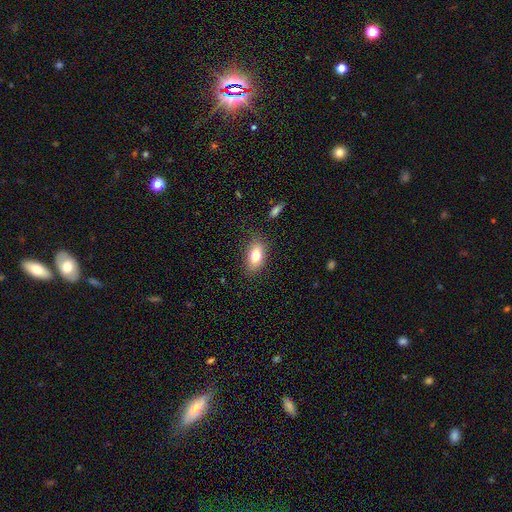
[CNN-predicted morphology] Smooth or featured?
  - smooth: 78% *
  - featured or disk: 14%
  - star or artifact: 8%
How rounded?
  - in between: 87% *
  - round: 7%
  - cigar-shaped: 6%
Merging?
  - none: 82% *
  - minor disturbance: 13%
  - major disturbance: 3%
  - merger: 2%